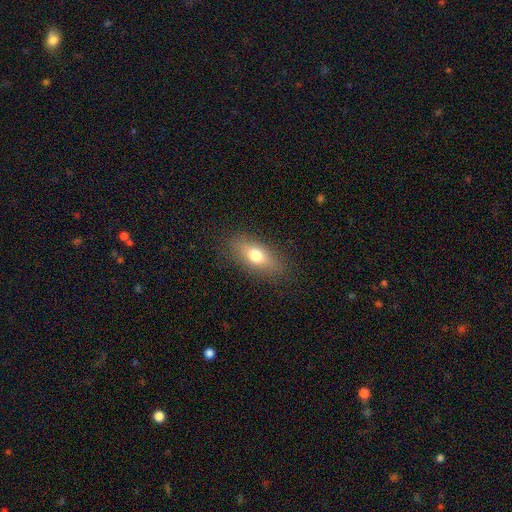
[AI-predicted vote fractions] smooth_or_featured: smooth (p=0.70) [alt: featured or disk p=0.21]
how_rounded: in between (p=0.74) [alt: cigar-shaped p=0.18]
merging: none (p=0.84) [alt: minor disturbance p=0.11]